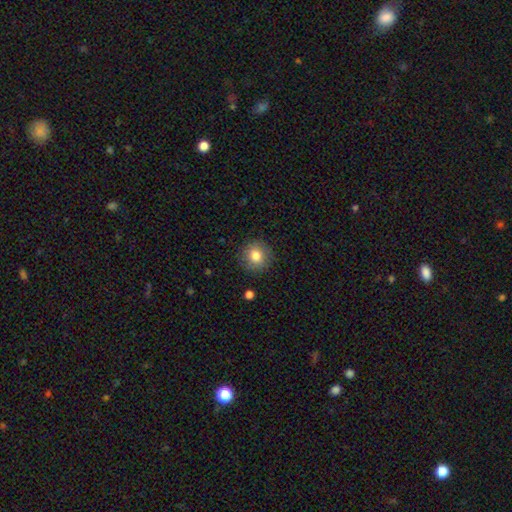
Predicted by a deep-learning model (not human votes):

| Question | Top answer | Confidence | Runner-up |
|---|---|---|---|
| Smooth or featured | smooth | 81% | featured or disk (10%) |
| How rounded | round | 93% | in between (6%) |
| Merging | none | 88% | minor disturbance (8%) |